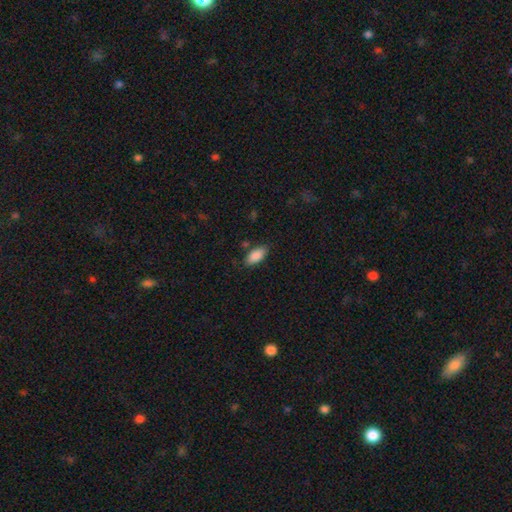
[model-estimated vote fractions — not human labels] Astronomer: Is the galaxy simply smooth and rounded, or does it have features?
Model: smooth — 87%.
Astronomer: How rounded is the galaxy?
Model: in between — 89%.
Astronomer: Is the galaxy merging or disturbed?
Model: none — 82%.